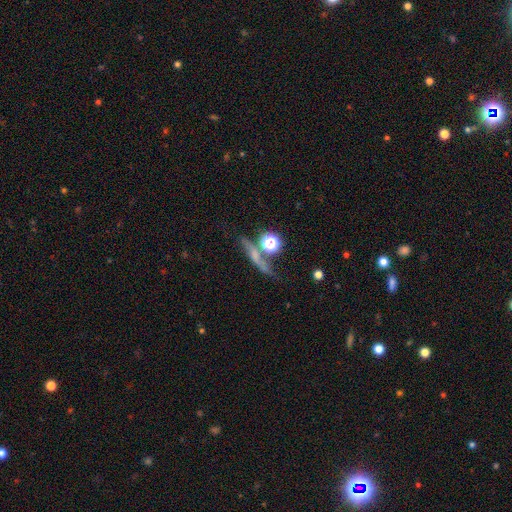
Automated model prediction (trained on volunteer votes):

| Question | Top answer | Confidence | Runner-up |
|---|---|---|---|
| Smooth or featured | featured or disk | 43% | smooth (37%) |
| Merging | none | 60% | minor disturbance (15%) |